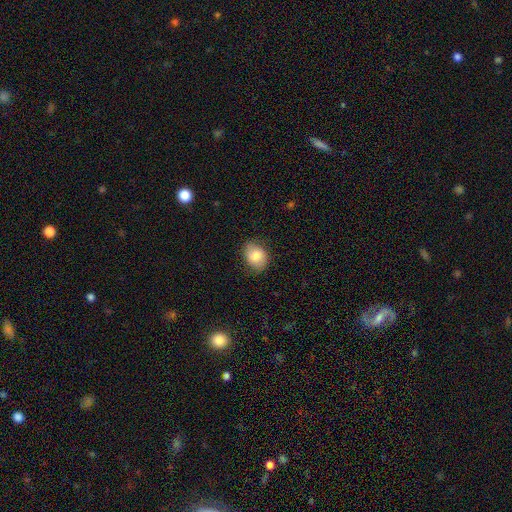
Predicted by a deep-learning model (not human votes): The model was most divided on "how rounded": in between: 56%, round: 43%, cigar-shaped: 1%. More confident: merging — none (77%); smooth or featured — smooth (77%).